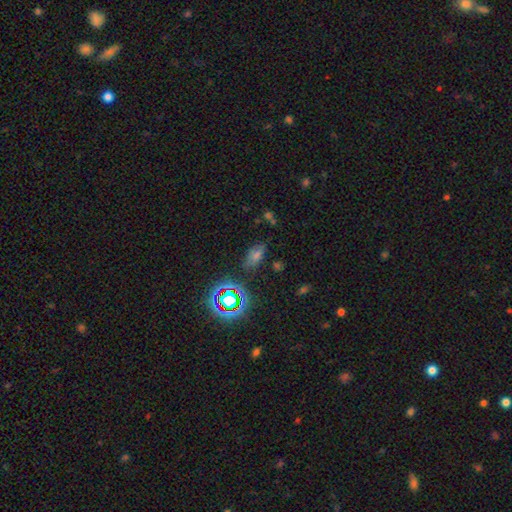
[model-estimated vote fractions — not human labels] Q: Smooth or featured?
A: smooth (46%); runner-up: star or artifact (38%)
Q: Merging?
A: none (76%); runner-up: minor disturbance (15%)